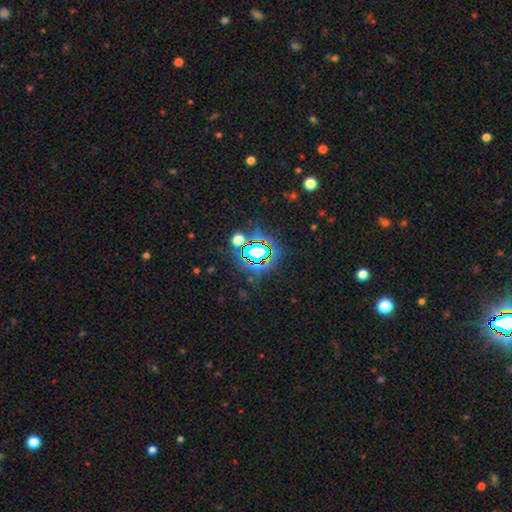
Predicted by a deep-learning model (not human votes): star or artifact 69%, smooth 20%, featured or disk 11%.